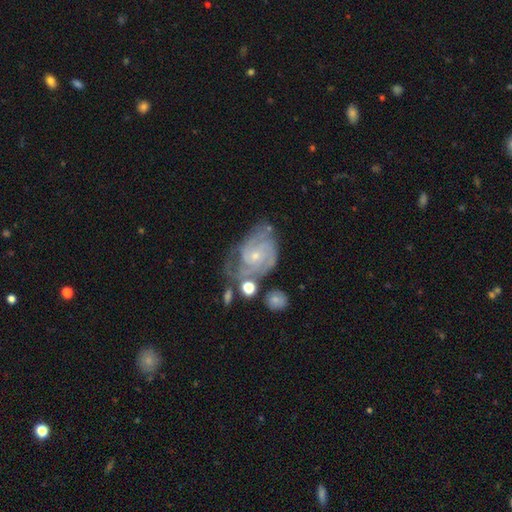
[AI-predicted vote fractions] This is clearly a featured or disk galaxy (87%). It is clearly not viewed edge-on (97%). Bar: likely no (65%). Spiral arm pattern: clearly yes (97%). Spiral arm count: marginally 3 (30%). Spiral winding: likely tight (61%). Central bulge: likely small (74%). Merging: possibly none (52%).